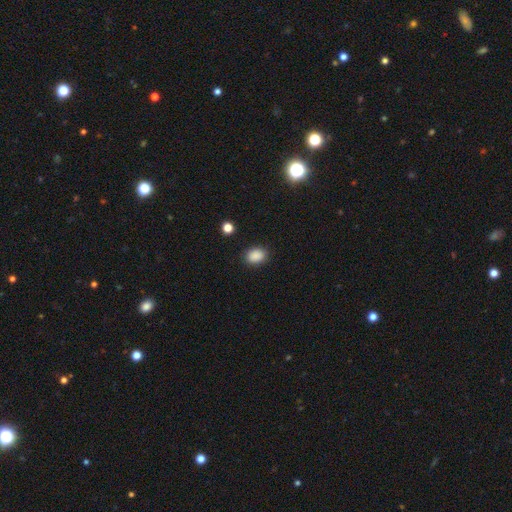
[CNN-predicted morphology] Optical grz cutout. It shows a smooth galaxy with no disk features (88%) that is in between round and cigar-shaped (67%). Merging: none (87%).